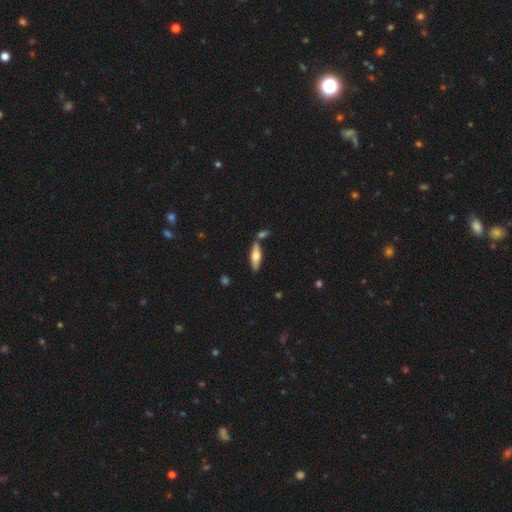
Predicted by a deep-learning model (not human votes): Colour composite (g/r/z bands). It shows a smooth galaxy with no disk features (60%) that is in between round and cigar-shaped (49%, tied with cigar-shaped). Merging: none (76%).